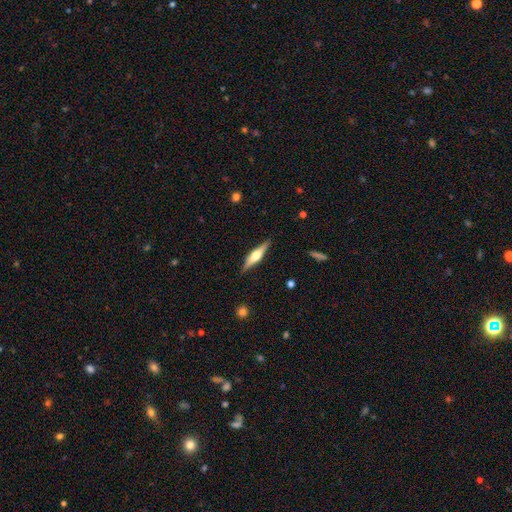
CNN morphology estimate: A featured or disk galaxy (66%) viewed edge-on (97%) with a rounded central bulge (91%).

Vote fractions:
- Smooth or featured? featured or disk: 66% / smooth: 28% / star or artifact: 5%
- Edge-on disk? yes: 97% / no: 3%
- Edge-on bulge? rounded: 91% / boxy: 7% / none: 2%
- Merging? none: 88% / minor disturbance: 9% / major disturbance: 2% / merger: 1%